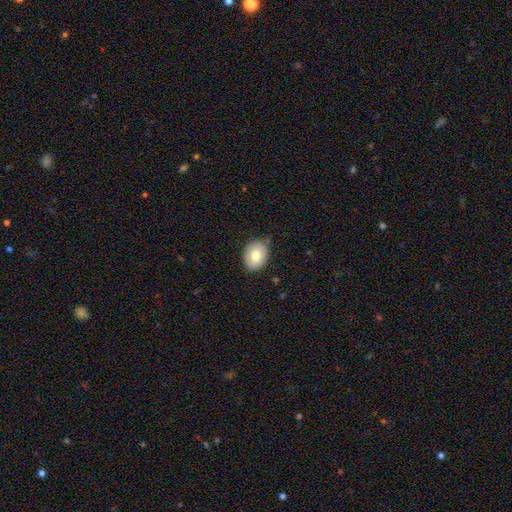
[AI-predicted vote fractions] Morphology: type=smooth (75%); roundness=in between (61%); merging=none (77%).